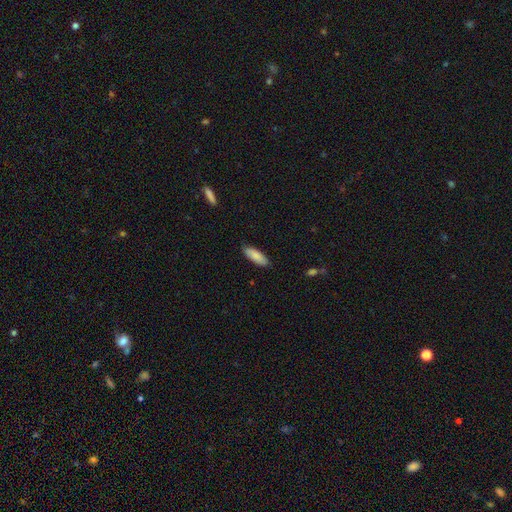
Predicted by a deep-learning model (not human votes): Smooth or featured? smooth (85%)
How rounded? in between (64%)
Merging? none (87%)